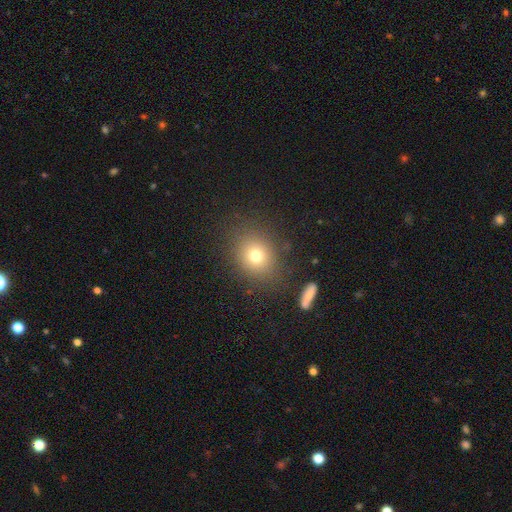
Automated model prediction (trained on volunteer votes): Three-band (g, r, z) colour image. It shows a smooth galaxy with no disk features (74%) that is round (67%). Merging: none (82%).